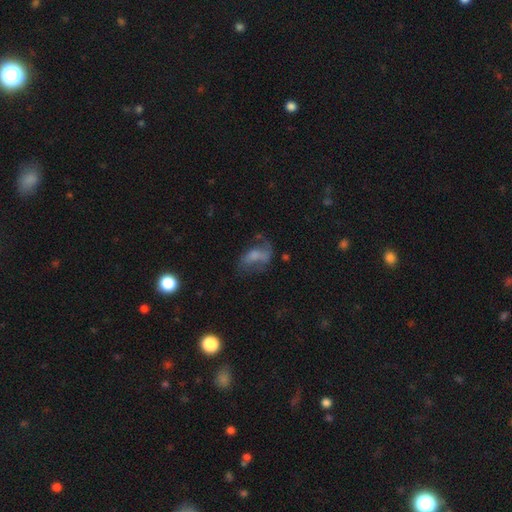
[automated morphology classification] This is possibly a featured or disk galaxy (47%). Merging: marginally none (36%, tied with major disturbance).